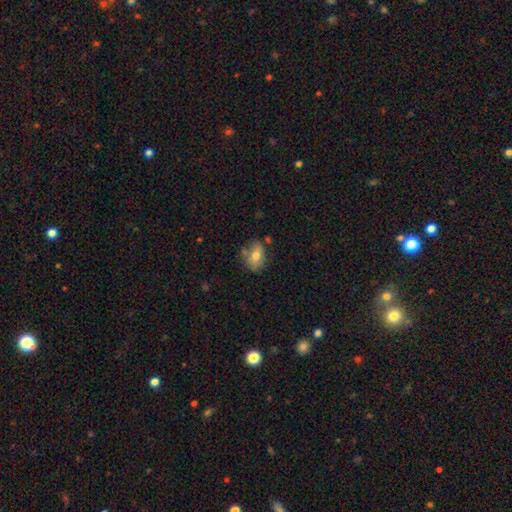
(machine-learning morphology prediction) A smooth galaxy with no disk features (72%) that is in between round and cigar-shaped (65%).

Vote fractions:
- Smooth or featured? smooth: 72% / featured or disk: 19% / star or artifact: 9%
- How rounded? in between: 65% / round: 33% / cigar-shaped: 2%
- Merging? none: 63% / minor disturbance: 24% / merger: 7% / major disturbance: 6%